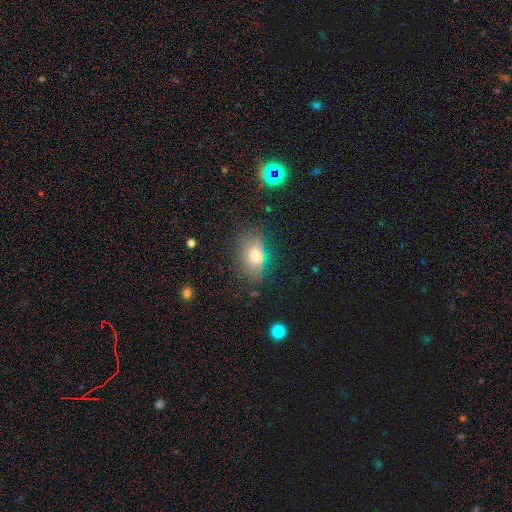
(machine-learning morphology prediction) Overall: smooth (66%). How rounded: in between (84%). Merging: none (74%).